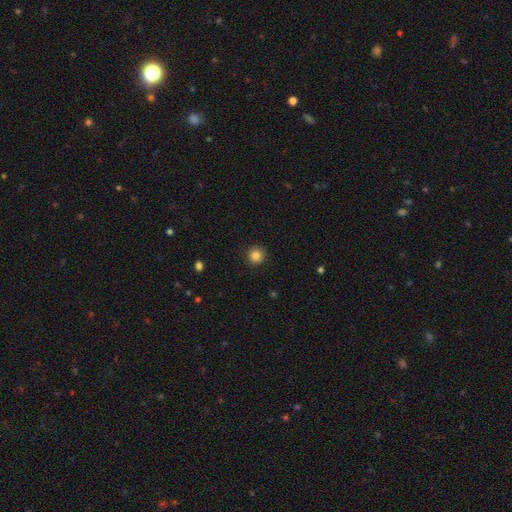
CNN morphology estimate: type=smooth (84%); roundness=round (95%); merging=none (91%).